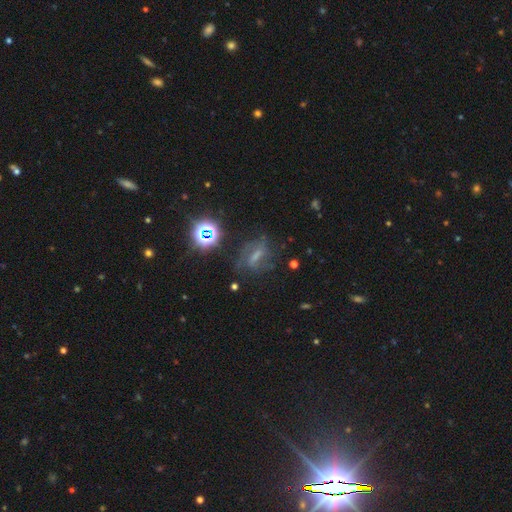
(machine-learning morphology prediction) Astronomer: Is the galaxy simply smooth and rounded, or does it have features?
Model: featured or disk — 49% (runner-up: star or artifact, 29%).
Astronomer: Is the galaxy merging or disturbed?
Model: none — 63%.